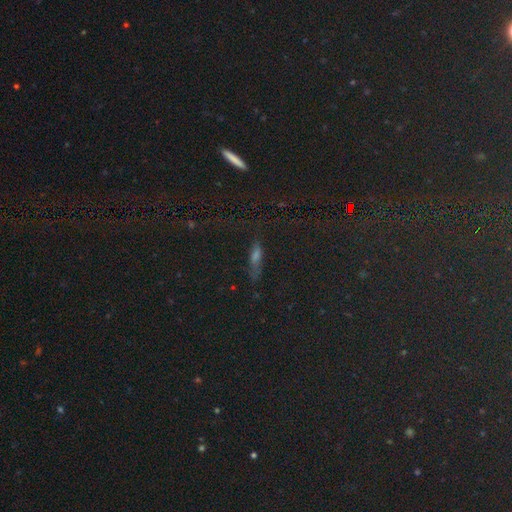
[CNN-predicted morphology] A smooth galaxy with no disk features (45%).

Vote fractions:
- Smooth or featured? smooth: 45% / star or artifact: 34% / featured or disk: 21%
- Merging? none: 71% / minor disturbance: 18% / major disturbance: 8% / merger: 4%